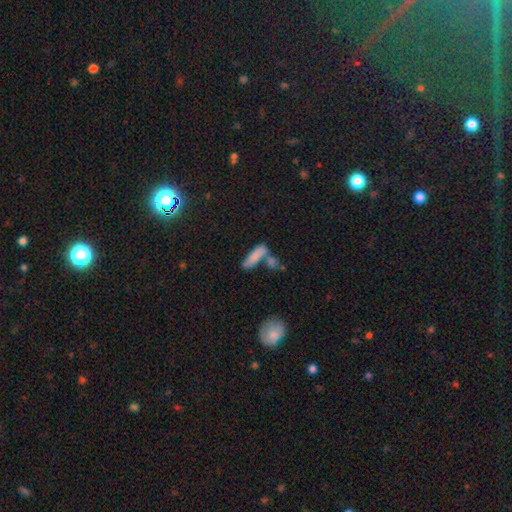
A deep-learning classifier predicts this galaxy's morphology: Smooth or featured? Predicted: smooth (p=0.79). How rounded? Predicted: cigar-shaped (p=0.56). Merging? Predicted: none (p=0.48).